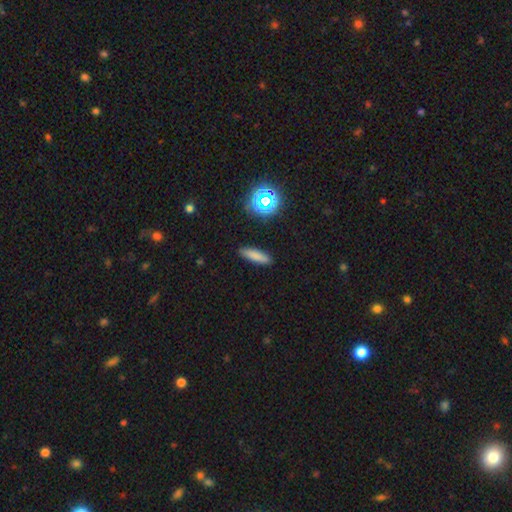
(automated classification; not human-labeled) smooth 78%, star or artifact 13%, featured or disk 9%. Down the decision tree: how rounded — cigar-shaped (71%); merging — none (89%).